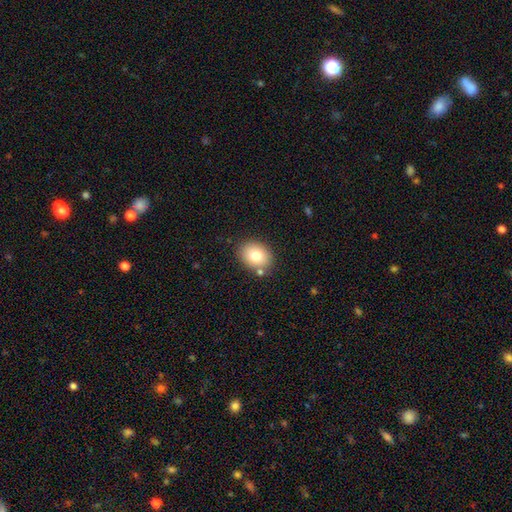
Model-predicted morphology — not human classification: smooth 79%, featured or disk 12%, star or artifact 9%. Down the decision tree: how rounded — in between (57%); merging — none (80%).